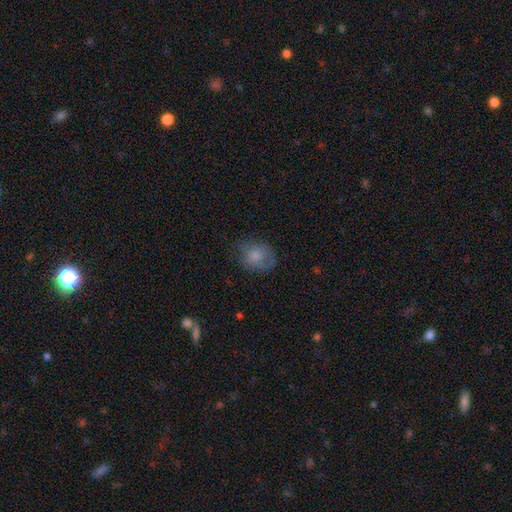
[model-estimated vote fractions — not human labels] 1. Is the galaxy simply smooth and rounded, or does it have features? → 76% smooth, 15% featured or disk, 9% star or artifact.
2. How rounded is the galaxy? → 63% round, 36% in between, 1% cigar-shaped.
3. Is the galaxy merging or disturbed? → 59% none, 27% minor disturbance, 12% major disturbance, 1% merger.